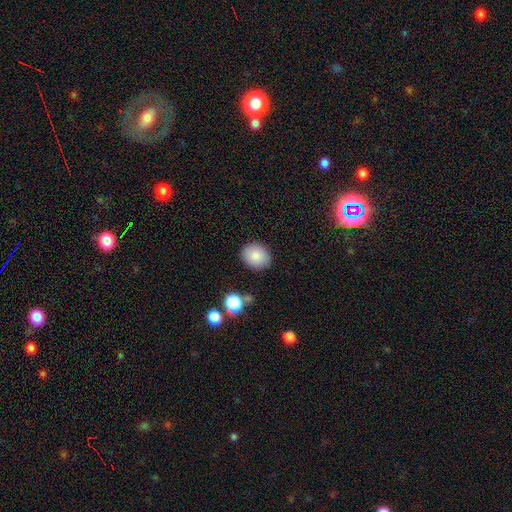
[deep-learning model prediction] smooth 85%, star or artifact 9%, featured or disk 6%. Down the decision tree: how rounded — round (58%); merging — none (88%).